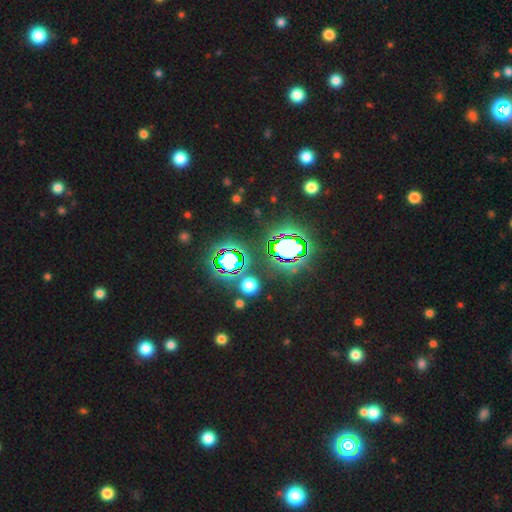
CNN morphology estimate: A star or artifact, not a galaxy (81%).

Vote fractions:
- Smooth or featured? star or artifact: 81% / smooth: 12% / featured or disk: 7%